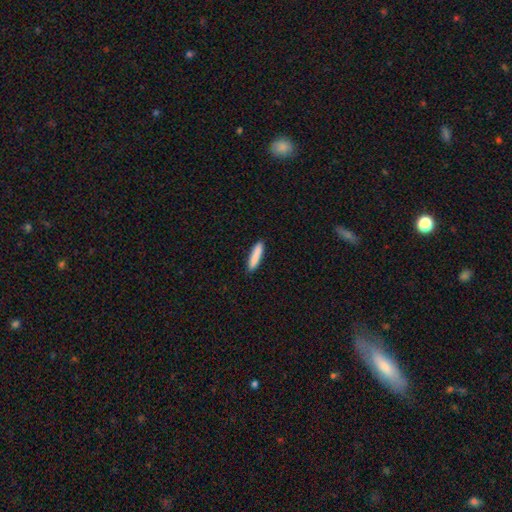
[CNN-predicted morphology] A smooth galaxy with no disk features (87%) that is cigar-shaped (85%). Merging: none (90%).